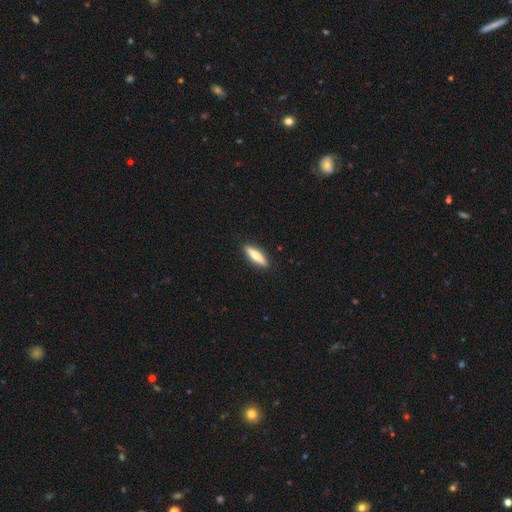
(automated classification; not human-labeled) The model was most divided on "smooth or featured": smooth: 66%, featured or disk: 28%, star or artifact: 6%. More confident: merging — none (90%); how rounded — cigar-shaped (68%).